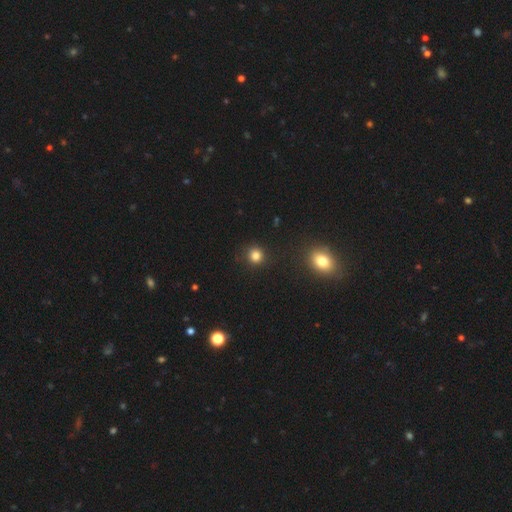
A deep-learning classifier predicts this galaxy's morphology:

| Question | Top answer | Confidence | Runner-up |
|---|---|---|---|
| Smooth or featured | smooth | 82% | star or artifact (13%) |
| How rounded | round | 90% | in between (9%) |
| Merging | none | 89% | minor disturbance (7%) |